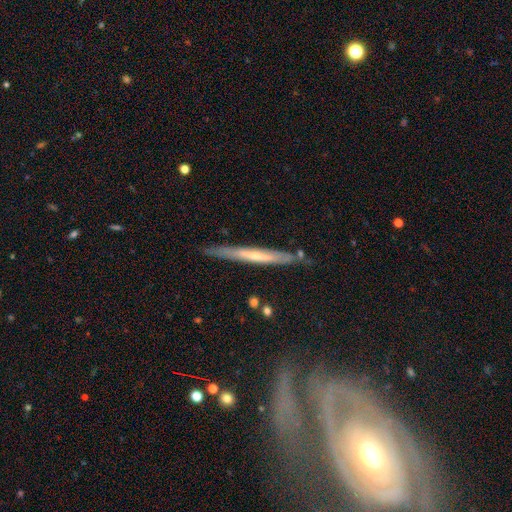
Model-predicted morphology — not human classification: The model was most divided on "edge-on bulge": none: 58%, rounded: 36%, boxy: 5%. More confident: edge-on disk — yes (93%); merging — none (82%); smooth or featured — featured or disk (59%).